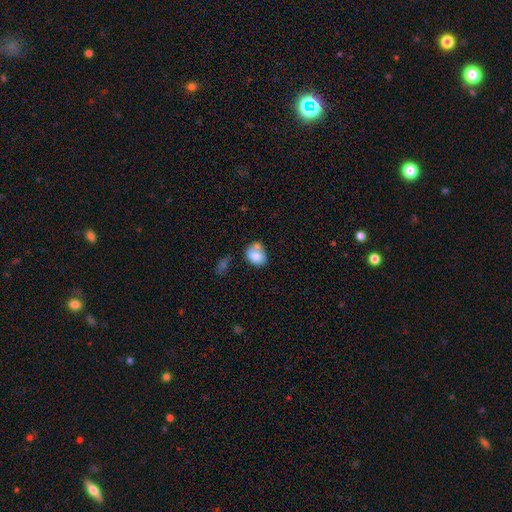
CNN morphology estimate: Smooth or featured?
  - smooth: 78% *
  - featured or disk: 14%
  - star or artifact: 8%
How rounded?
  - round: 50% *
  - in between: 49%
  - cigar-shaped: 1%
Merging?
  - none: 41% *
  - merger: 32%
  - minor disturbance: 19%
  - major disturbance: 8%